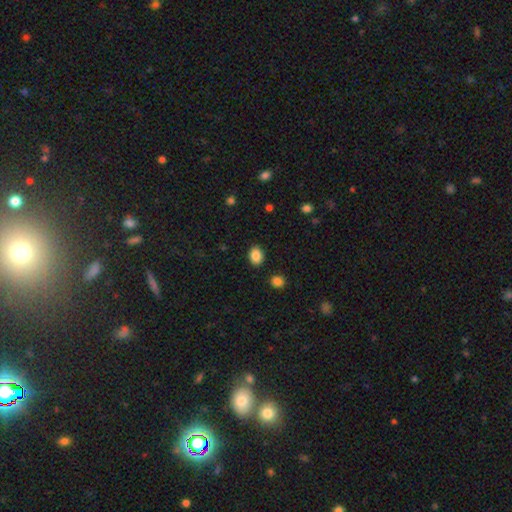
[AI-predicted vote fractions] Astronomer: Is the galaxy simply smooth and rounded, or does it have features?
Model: smooth — 87%.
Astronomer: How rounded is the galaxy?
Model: in between — 68%.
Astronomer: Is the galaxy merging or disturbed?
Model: none — 88%.